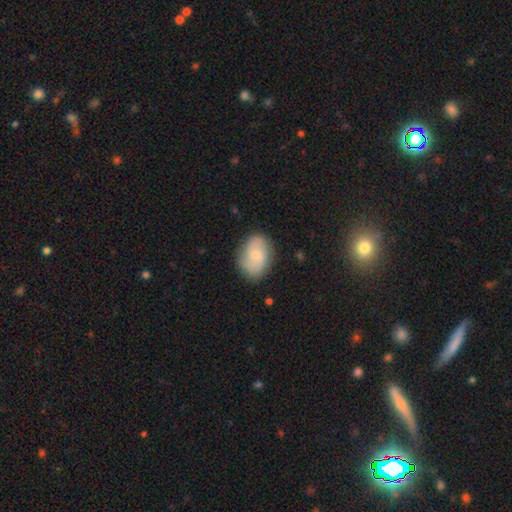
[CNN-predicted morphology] Overall: smooth (49%; featured or disk 44%). Merging: none (78%).